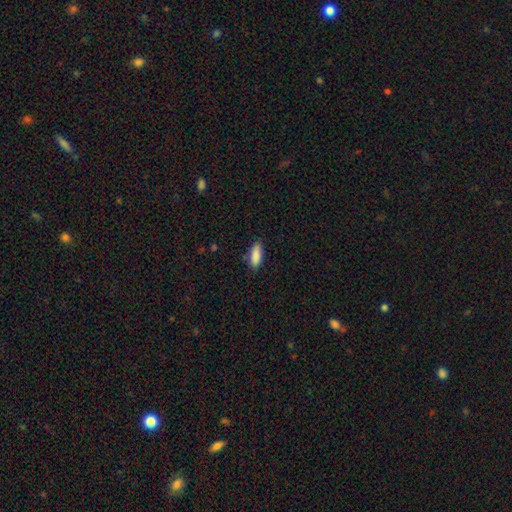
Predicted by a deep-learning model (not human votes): smooth 88%, star or artifact 7%, featured or disk 5%. Down the decision tree: how rounded — in between (75%); merging — none (81%).